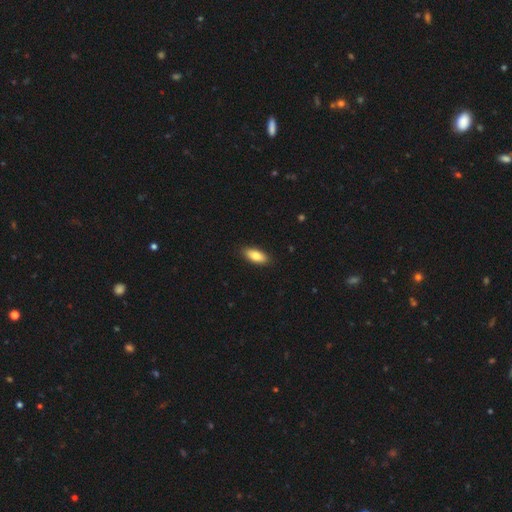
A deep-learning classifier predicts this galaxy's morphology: Smooth or featured: smooth — 83% (featured or disk — 11%)
How rounded: in between — 86% (cigar-shaped — 11%)
Merging: none — 88% (minor disturbance — 9%)